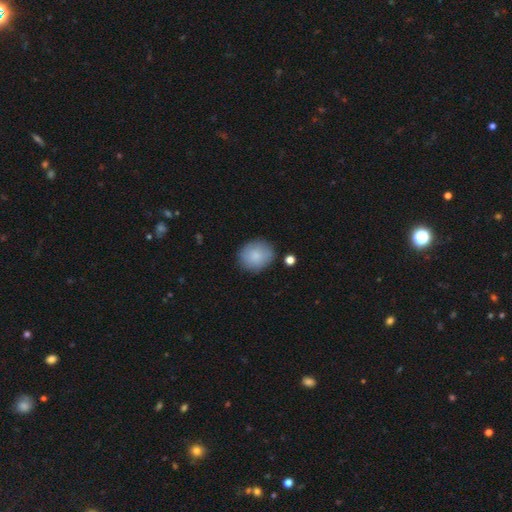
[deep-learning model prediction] smooth 85%, featured or disk 9%, star or artifact 7%. Down the decision tree: how rounded — round (68%); merging — none (80%).